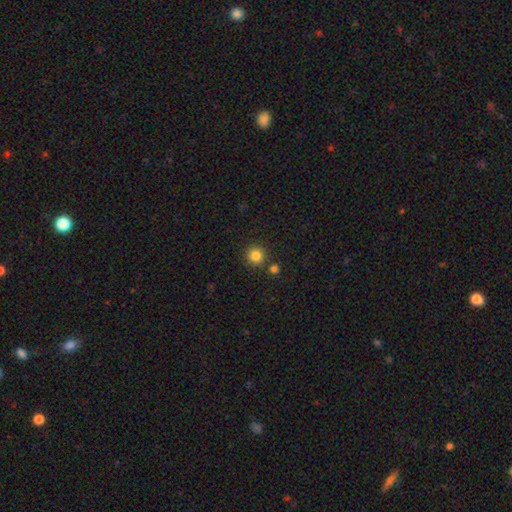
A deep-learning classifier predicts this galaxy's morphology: This is clearly a smooth galaxy (84%). How rounded: clearly round (94%). Merging: clearly none (85%).